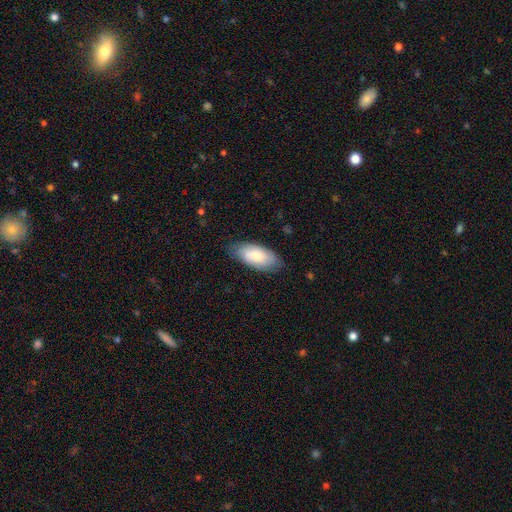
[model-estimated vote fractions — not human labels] Overall: smooth (70%). How rounded: in between (91%). Merging: none (78%).